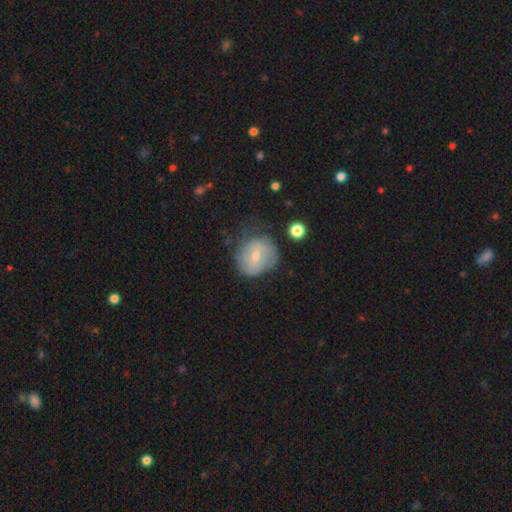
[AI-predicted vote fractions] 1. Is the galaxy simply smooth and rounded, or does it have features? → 48% smooth, 44% featured or disk, 8% star or artifact.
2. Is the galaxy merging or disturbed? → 53% none, 31% minor disturbance, 13% major disturbance, 3% merger.